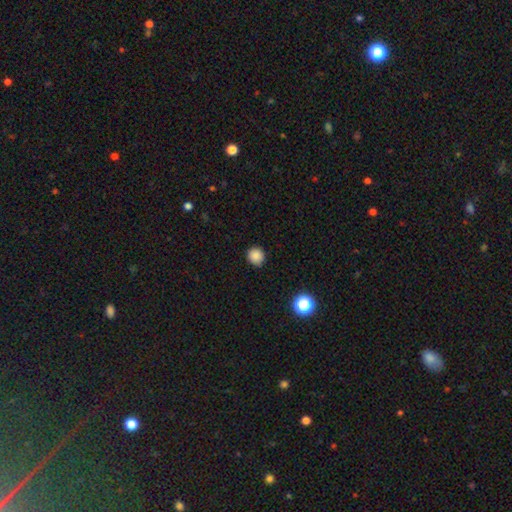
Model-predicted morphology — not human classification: The model was most divided on "smooth or featured": smooth: 86%, star or artifact: 11%, featured or disk: 3%. More confident: how rounded — round (91%); merging — none (88%).